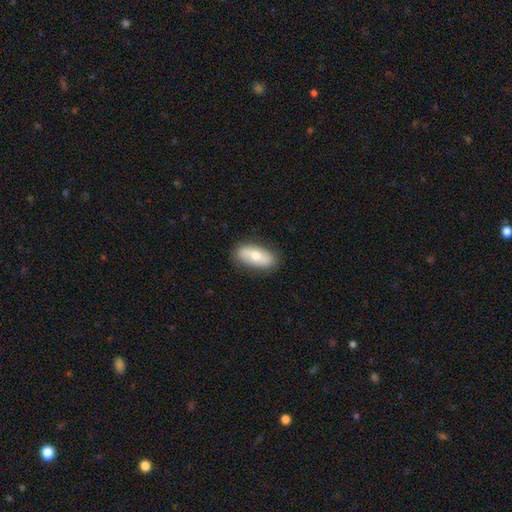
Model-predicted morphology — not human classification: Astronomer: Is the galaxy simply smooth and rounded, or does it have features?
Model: smooth — 65%.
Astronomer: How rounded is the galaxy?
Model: in between — 83%.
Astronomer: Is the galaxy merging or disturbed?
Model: none — 84%.